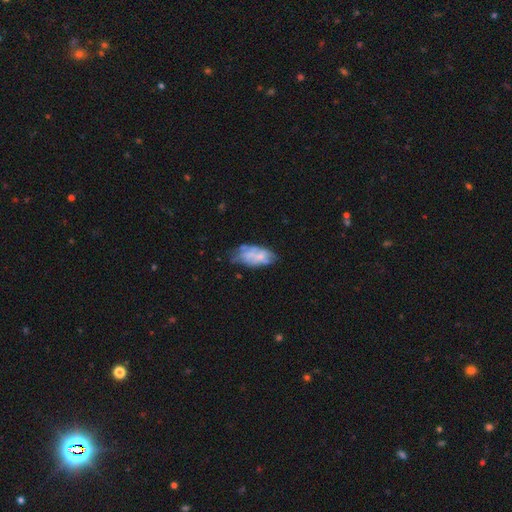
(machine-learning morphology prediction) featured or disk 52%, smooth 40%, star or artifact 9%. Down the decision tree: edge-on disk — no (94%); merging — none (42%).